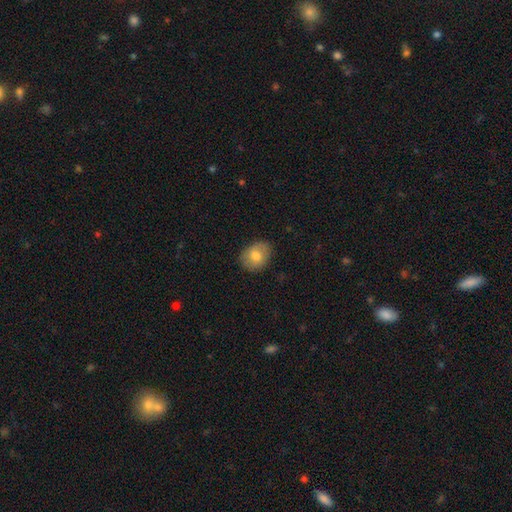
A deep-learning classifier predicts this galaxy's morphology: A smooth galaxy with no disk features (74%) that is in between round and cigar-shaped (56%). Merging: none (83%).